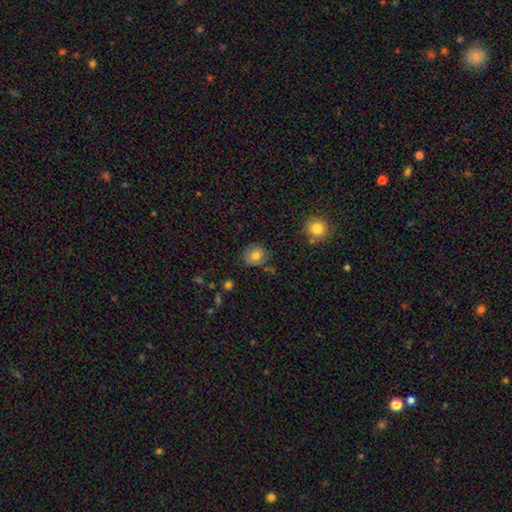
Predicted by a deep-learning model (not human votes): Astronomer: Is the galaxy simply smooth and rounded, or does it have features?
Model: smooth — 79%.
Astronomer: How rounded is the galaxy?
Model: round — 84%.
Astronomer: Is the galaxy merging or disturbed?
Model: none — 81%.